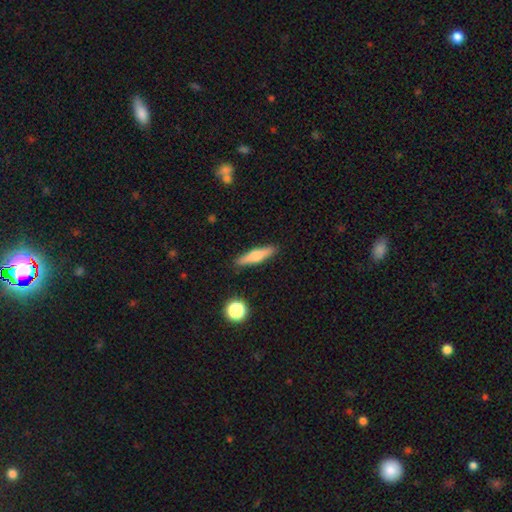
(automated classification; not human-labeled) smooth_or_featured: smooth (p=0.55) [alt: featured or disk p=0.38]
how_rounded: cigar-shaped (p=0.80) [alt: in between p=0.17]
merging: none (p=0.89) [alt: minor disturbance p=0.08]